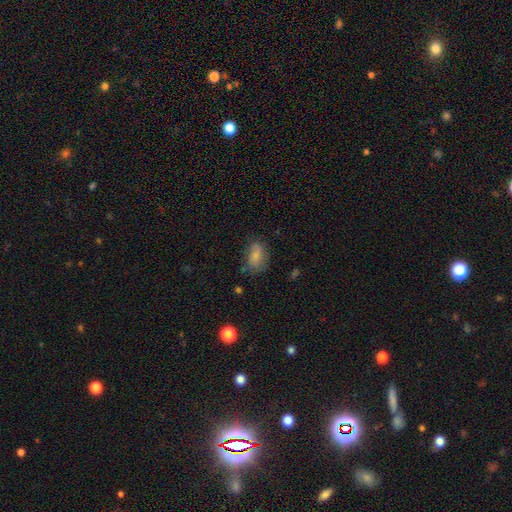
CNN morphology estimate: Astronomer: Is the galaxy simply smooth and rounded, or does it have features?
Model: smooth — 79%.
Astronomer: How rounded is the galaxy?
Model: in between — 86%.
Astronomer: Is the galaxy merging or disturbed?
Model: none — 63%.